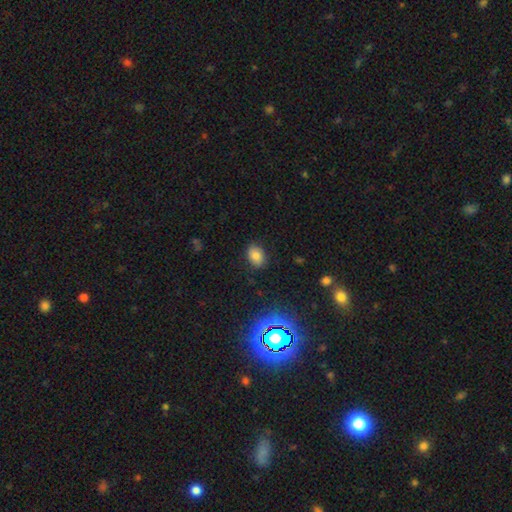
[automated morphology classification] The model was most divided on "how rounded": in between: 75%, round: 24%, cigar-shaped: 1%. More confident: merging — none (85%); smooth or featured — smooth (78%).